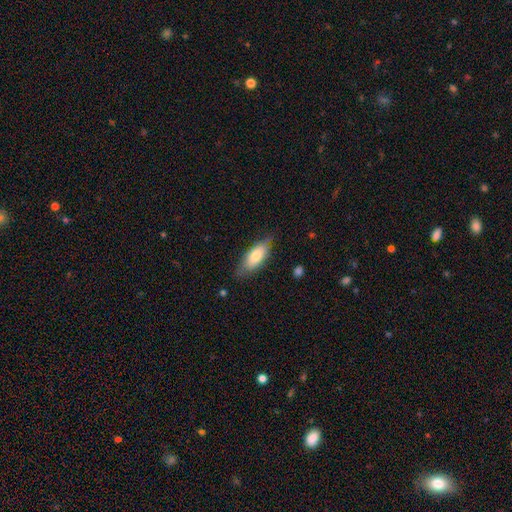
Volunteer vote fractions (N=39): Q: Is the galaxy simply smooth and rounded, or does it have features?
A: smooth — 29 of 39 (74%).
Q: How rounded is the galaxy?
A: in between — 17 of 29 (59%).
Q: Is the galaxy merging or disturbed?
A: none — 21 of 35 (60%).